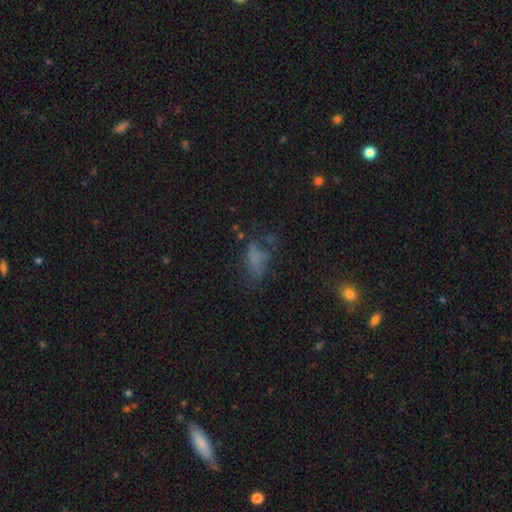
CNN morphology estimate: smooth 53%, star or artifact 24%, featured or disk 24%. Down the decision tree: how rounded — in between (81%); merging — none (42%).